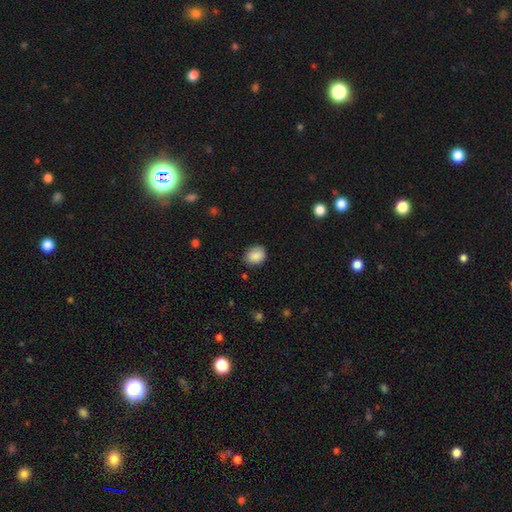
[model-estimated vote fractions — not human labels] A smooth galaxy with no disk features (88%) that is in between round and cigar-shaped (52%).

Vote fractions:
- Smooth or featured? smooth: 88% / star or artifact: 8% / featured or disk: 4%
- How rounded? in between: 52% / round: 47% / cigar-shaped: 1%
- Merging? none: 80% / minor disturbance: 16% / major disturbance: 3% / merger: 1%